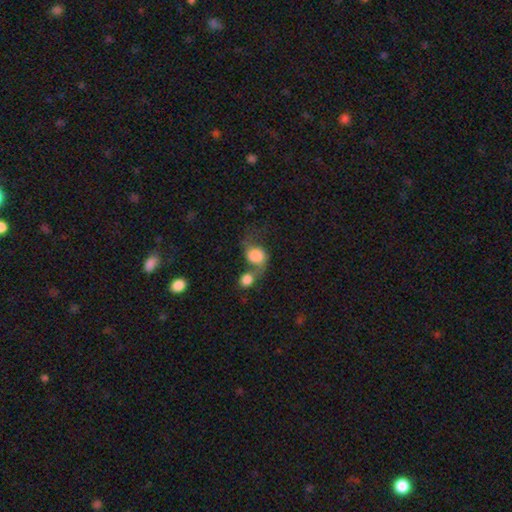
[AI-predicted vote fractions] smooth_or_featured: smooth (p=0.68) [alt: featured or disk p=0.23]
how_rounded: round (p=0.61) [alt: in between p=0.37]
merging: merger (p=0.62) [alt: none p=0.17]